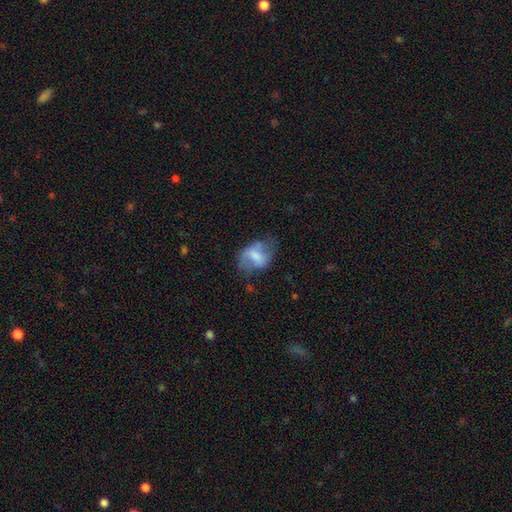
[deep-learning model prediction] Smooth or featured? Predicted: smooth (p=0.50). Merging? Predicted: none (p=0.47).